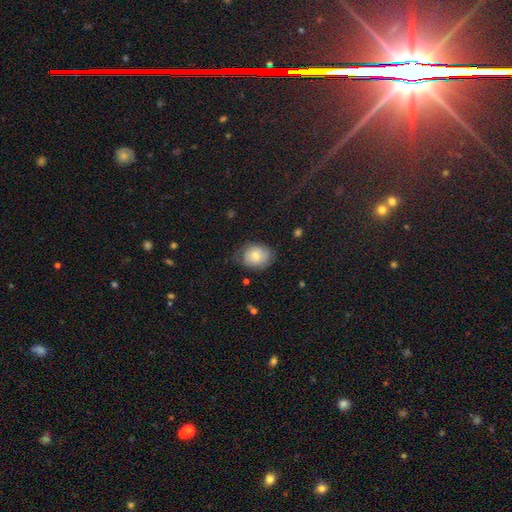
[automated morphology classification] A smooth galaxy with no disk features (69%) that is in between round and cigar-shaped (51%). Merging: none (62%).